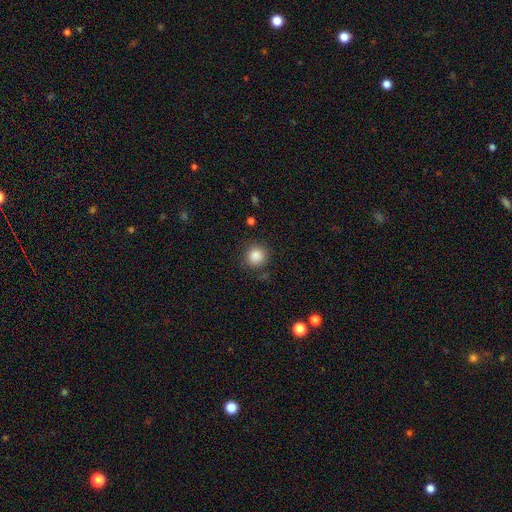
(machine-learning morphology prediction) smooth_or_featured: smooth (p=0.86) [alt: star or artifact p=0.10]
how_rounded: round (p=0.91) [alt: in between p=0.08]
merging: none (p=0.85) [alt: minor disturbance p=0.10]